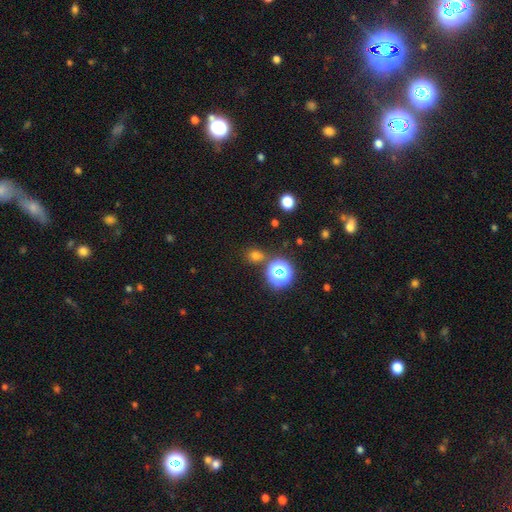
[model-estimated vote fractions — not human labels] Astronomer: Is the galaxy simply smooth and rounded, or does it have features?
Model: smooth — 64%.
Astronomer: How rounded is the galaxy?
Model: round — 78%.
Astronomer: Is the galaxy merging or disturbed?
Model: none — 78%.